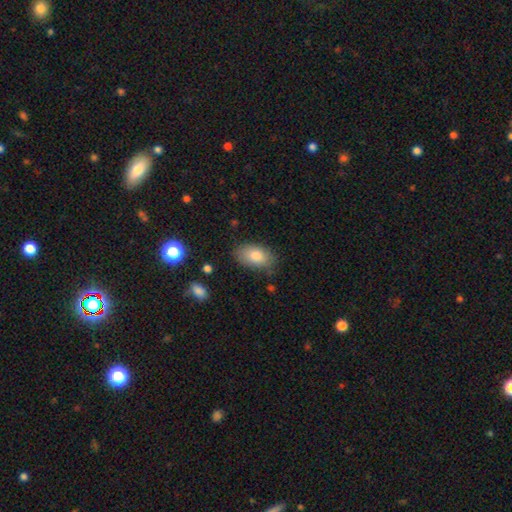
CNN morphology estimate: A smooth galaxy with no disk features (82%) that is in between round and cigar-shaped (92%).

Vote fractions:
- Smooth or featured? smooth: 82% / featured or disk: 10% / star or artifact: 8%
- How rounded? in between: 92% / round: 7% / cigar-shaped: 2%
- Merging? none: 78% / minor disturbance: 17% / major disturbance: 4% / merger: 2%